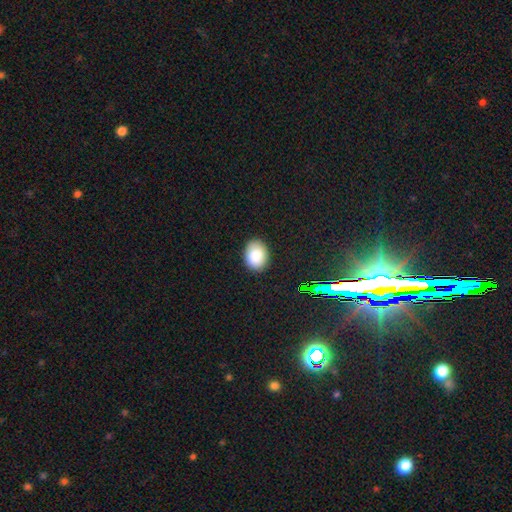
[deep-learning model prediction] The model was most divided on "how rounded": in between: 60%, round: 39%, cigar-shaped: 1%. More confident: merging — none (87%); smooth or featured — smooth (86%).